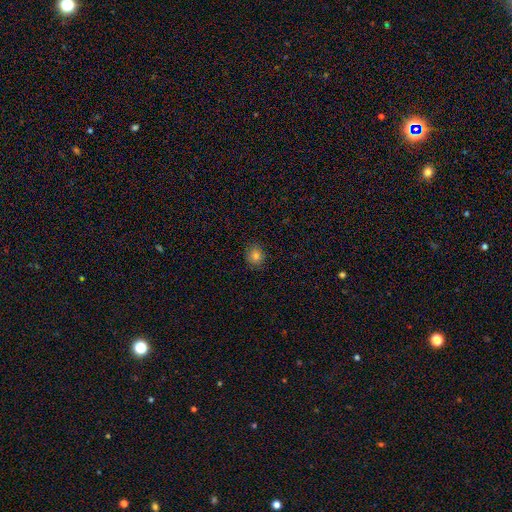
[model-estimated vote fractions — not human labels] Smooth or featured: smooth — 81% (star or artifact — 12%)
How rounded: round — 84% (in between — 15%)
Merging: none — 89% (minor disturbance — 9%)